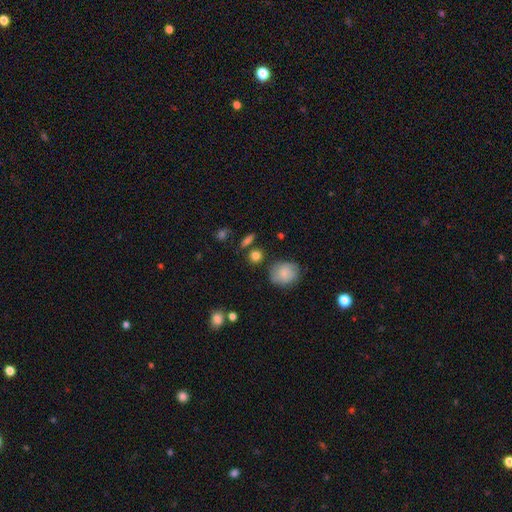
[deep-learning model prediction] Smooth or featured? Predicted: smooth (p=0.80). How rounded? Predicted: round (p=0.67). Merging? Predicted: none (p=0.73).